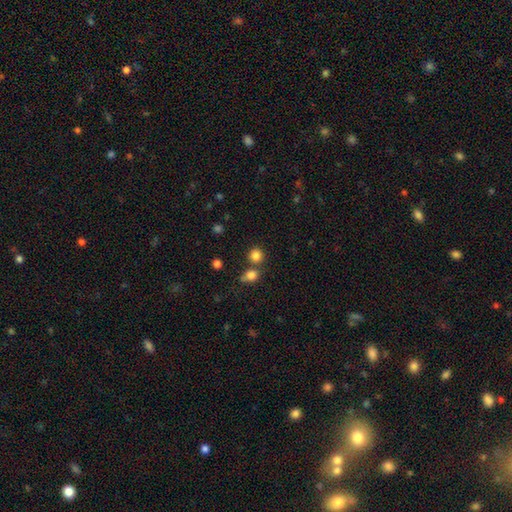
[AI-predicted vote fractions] Smooth or featured? Predicted: smooth (p=0.83). How rounded? Predicted: round (p=0.87). Merging? Predicted: none (p=0.69).